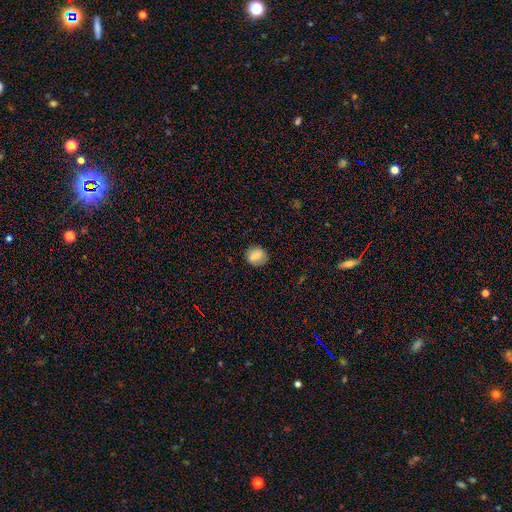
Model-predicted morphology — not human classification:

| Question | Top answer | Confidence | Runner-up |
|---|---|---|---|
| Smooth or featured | smooth | 79% | featured or disk (12%) |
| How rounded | round | 77% | in between (22%) |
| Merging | none | 86% | minor disturbance (10%) |